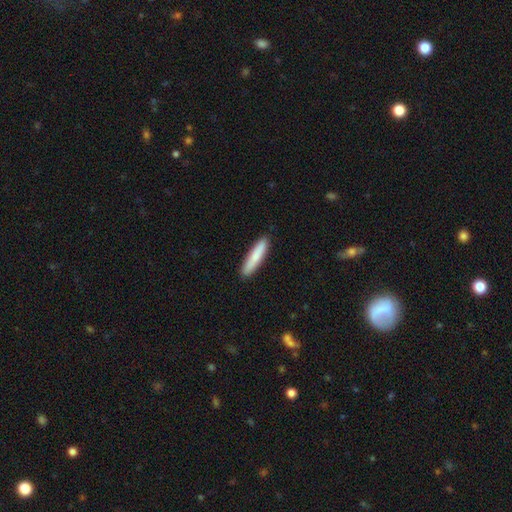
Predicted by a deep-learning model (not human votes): A smooth galaxy with no disk features (78%) that is cigar-shaped (88%).

Vote fractions:
- Smooth or featured? smooth: 78% / featured or disk: 16% / star or artifact: 5%
- How rounded? cigar-shaped: 88% / in between: 11% / round: 1%
- Merging? none: 90% / minor disturbance: 8% / major disturbance: 1% / merger: 1%